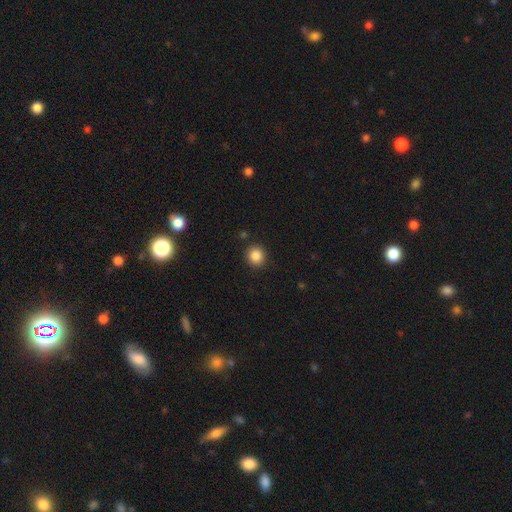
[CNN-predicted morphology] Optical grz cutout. It shows a smooth galaxy with no disk features (86%) that is round (88%). Merging: none (90%).